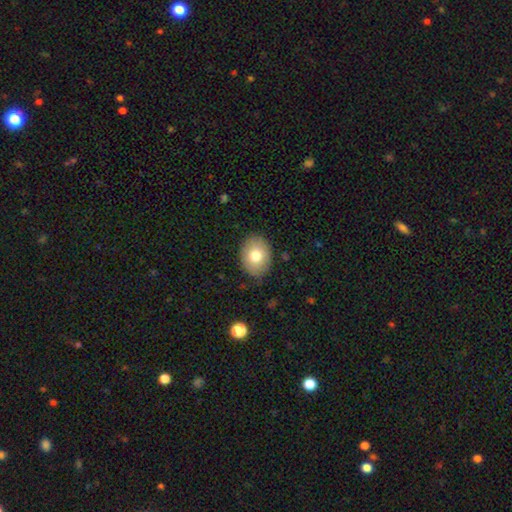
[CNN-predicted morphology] smooth-or-featured: smooth: 76% | featured or disk: 15% | star or artifact: 9%
  how-rounded: in between: 59% | round: 40% | cigar-shaped: 1%
  merging: none: 85% | minor disturbance: 12% | major disturbance: 3% | merger: 1%